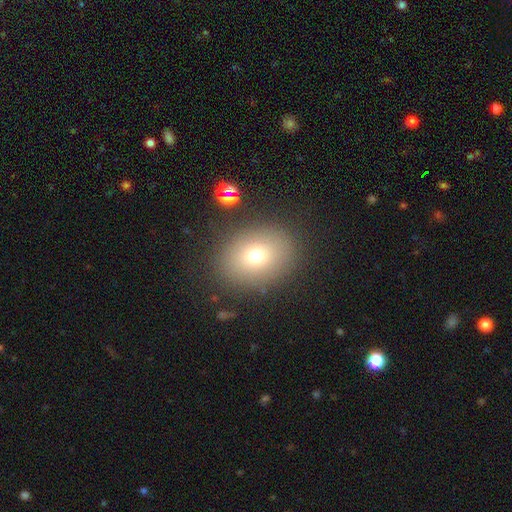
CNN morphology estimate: Smooth or featured?
  - smooth: 71% *
  - featured or disk: 14%
  - star or artifact: 14%
How rounded?
  - in between: 56% *
  - round: 43%
  - cigar-shaped: 1%
Merging?
  - none: 85% *
  - minor disturbance: 9%
  - major disturbance: 4%
  - merger: 2%